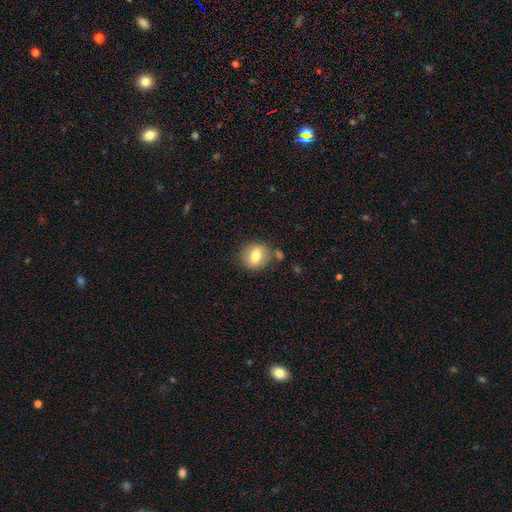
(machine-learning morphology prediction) The model was most divided on "how rounded": round: 65%, in between: 33%, cigar-shaped: 1%. More confident: merging — none (77%); smooth or featured — smooth (71%).